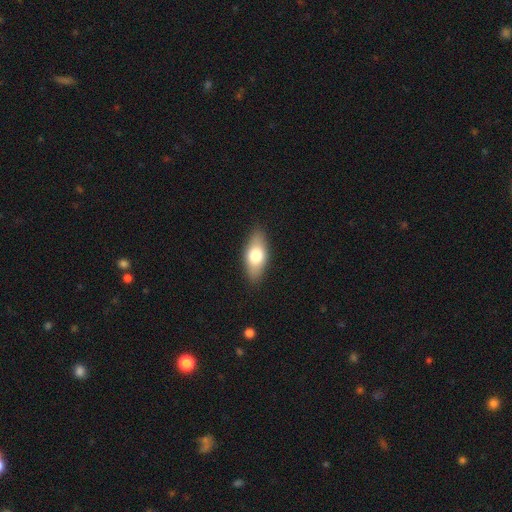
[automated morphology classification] A smooth galaxy with no disk features (69%) that is in between round and cigar-shaped (83%).

Vote fractions:
- Smooth or featured? smooth: 69% / featured or disk: 24% / star or artifact: 7%
- How rounded? in between: 83% / cigar-shaped: 12% / round: 5%
- Merging? none: 86% / minor disturbance: 10% / major disturbance: 2% / merger: 1%